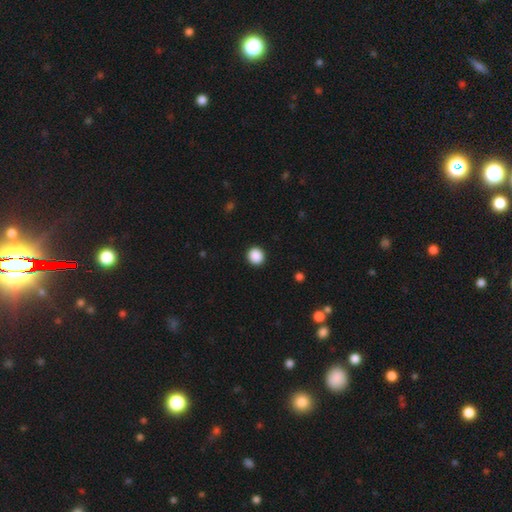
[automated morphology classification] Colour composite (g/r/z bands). It shows a smooth galaxy with no disk features (89%) that is round (89%). Merging: none (93%).